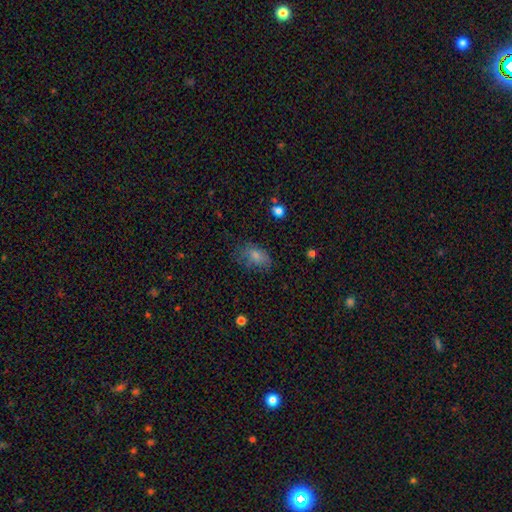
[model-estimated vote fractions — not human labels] smooth 68%, featured or disk 17%, star or artifact 15%. Down the decision tree: how rounded — in between (83%); merging — none (64%).